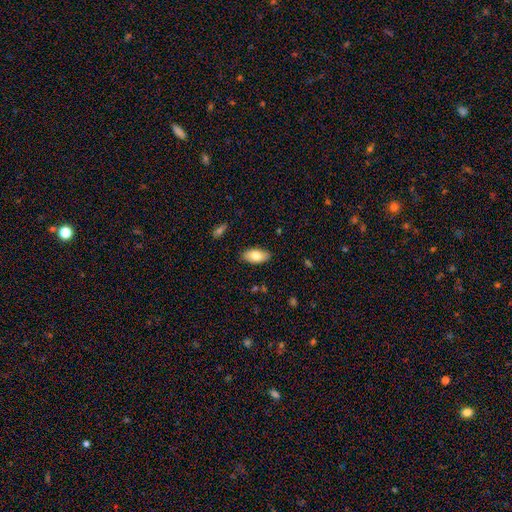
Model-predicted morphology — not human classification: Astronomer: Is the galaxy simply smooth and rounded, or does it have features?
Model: smooth — 80%.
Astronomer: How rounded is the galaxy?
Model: in between — 94%.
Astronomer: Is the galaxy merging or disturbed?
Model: none — 86%.